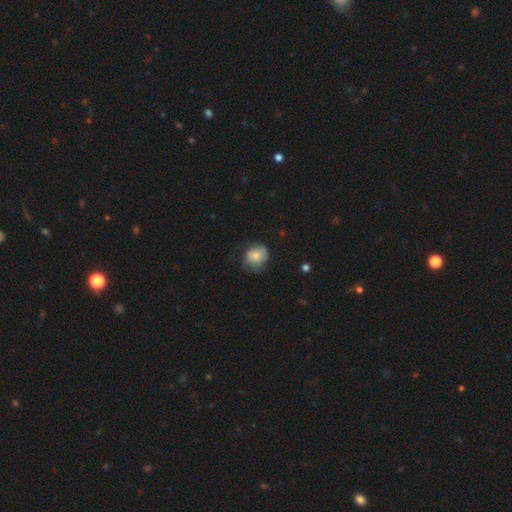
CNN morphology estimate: A smooth galaxy with no disk features (76%) that is round (74%). Merging: none (59%).